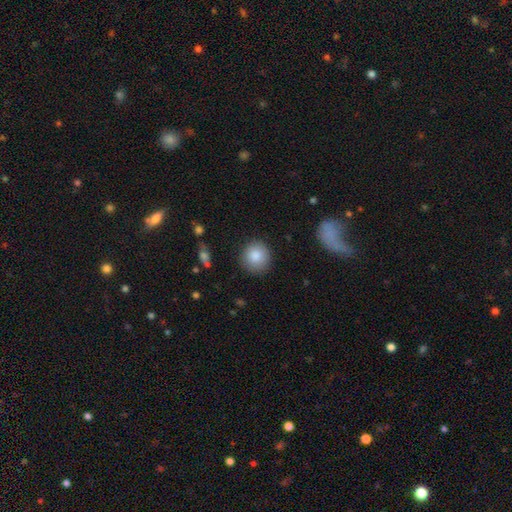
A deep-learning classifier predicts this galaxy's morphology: Smooth or featured? smooth (86%)
How rounded? round (91%)
Merging? none (88%)